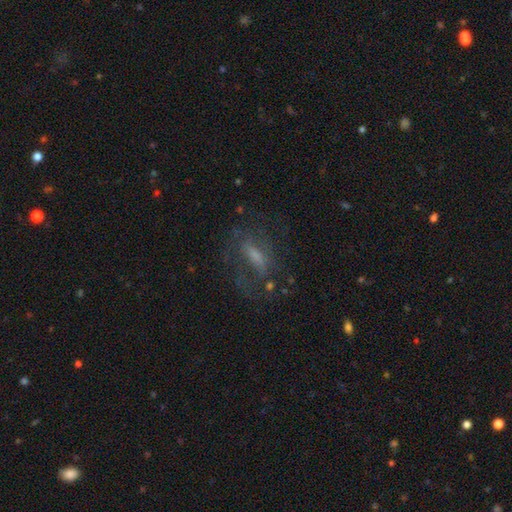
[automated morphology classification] Smooth or featured: featured or disk — 53% (smooth — 32%)
Edge-on disk: no — 84% (yes — 16%)
Merging: none — 56% (major disturbance — 23%)